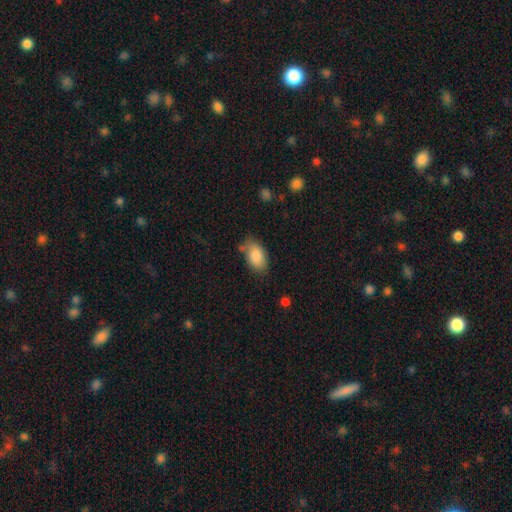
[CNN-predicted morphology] smooth 84%, featured or disk 9%, star or artifact 7%. Down the decision tree: how rounded — in between (92%); merging — none (72%).